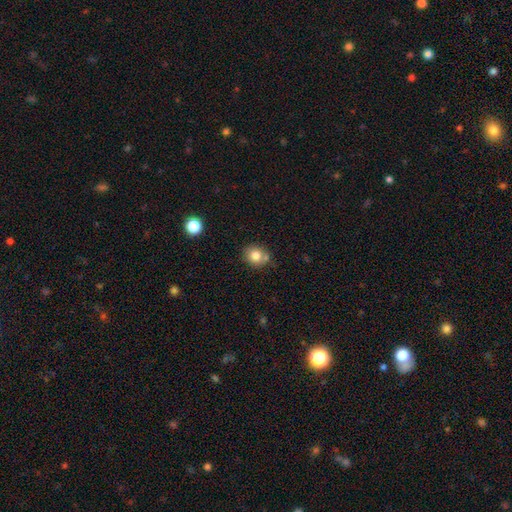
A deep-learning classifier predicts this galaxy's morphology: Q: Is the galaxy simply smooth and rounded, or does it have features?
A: smooth — 79%.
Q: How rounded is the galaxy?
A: round — 78%.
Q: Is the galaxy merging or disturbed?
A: none — 70%.